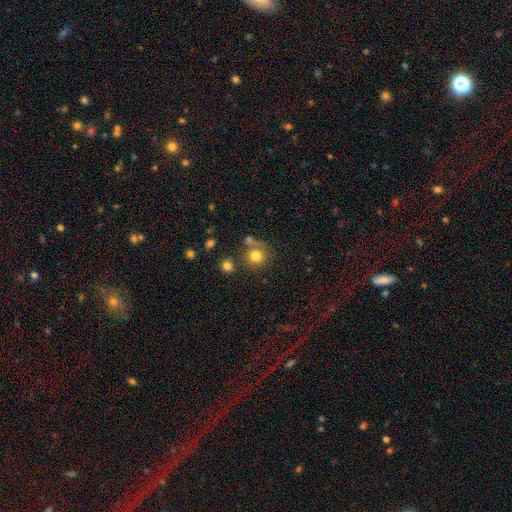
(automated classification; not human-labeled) smooth_or_featured: smooth (p=0.79) [alt: star or artifact p=0.12]
how_rounded: round (p=0.89) [alt: in between p=0.10]
merging: none (p=0.68) [alt: merger p=0.15]